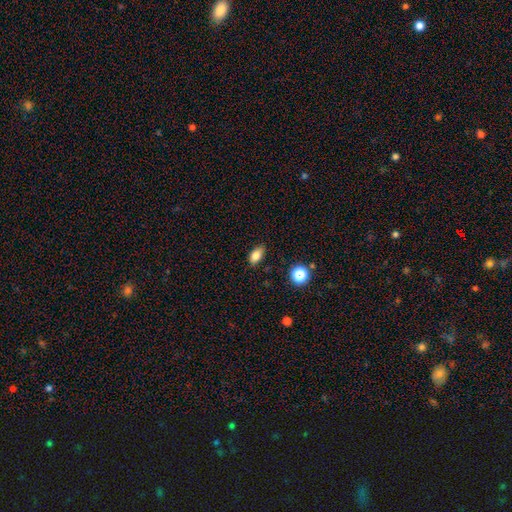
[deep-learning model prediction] This appears to be a smooth galaxy with no disk features (82%) that is in between round and cigar-shaped (85%). Merging: none (82%).